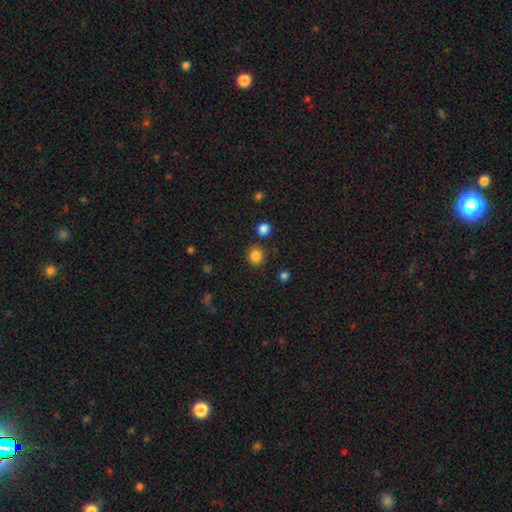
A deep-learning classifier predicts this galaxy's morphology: smooth_or_featured: smooth (p=0.84) [alt: star or artifact p=0.12]
how_rounded: round (p=0.88) [alt: in between p=0.12]
merging: none (p=0.86) [alt: minor disturbance p=0.07]